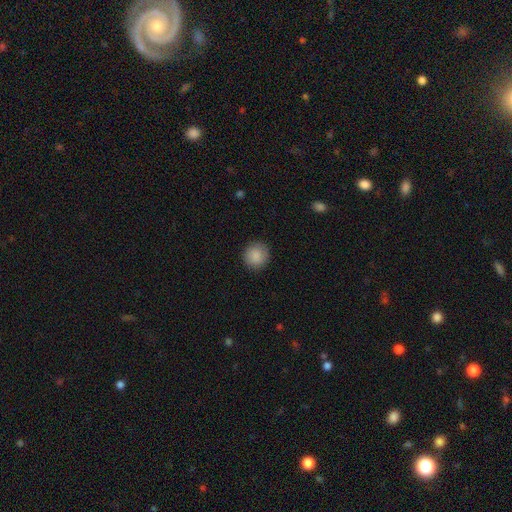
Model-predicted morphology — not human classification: smooth_or_featured: smooth (p=0.88) [alt: star or artifact p=0.08]
how_rounded: round (p=0.91) [alt: in between p=0.08]
merging: none (p=0.89) [alt: minor disturbance p=0.08]